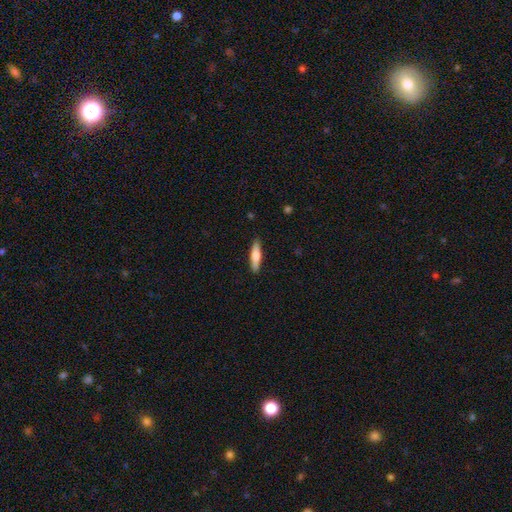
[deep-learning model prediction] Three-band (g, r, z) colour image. It shows a smooth galaxy with no disk features (67%) that is cigar-shaped (76%). Merging: none (88%).